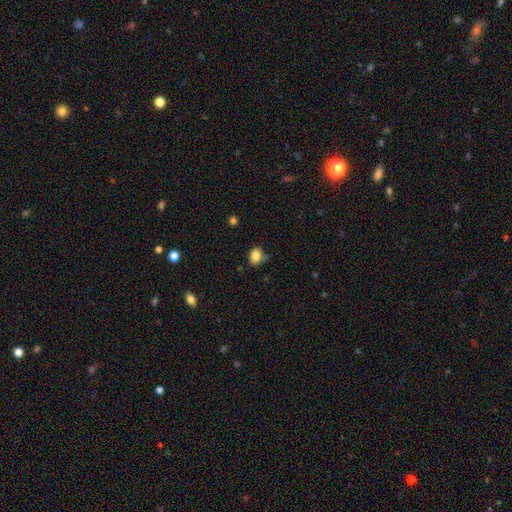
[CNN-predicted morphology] Smooth or featured?
  - smooth: 83% *
  - star or artifact: 10%
  - featured or disk: 6%
How rounded?
  - in between: 56% *
  - round: 42%
  - cigar-shaped: 1%
Merging?
  - none: 63% *
  - minor disturbance: 26%
  - major disturbance: 6%
  - merger: 5%